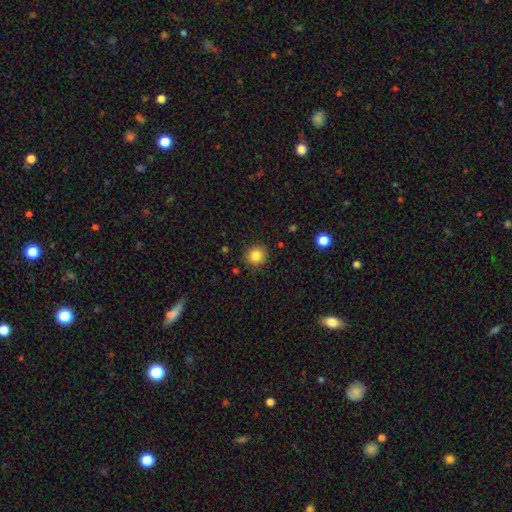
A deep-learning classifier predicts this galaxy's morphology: smooth_or_featured: smooth (p=0.84) [alt: star or artifact p=0.10]
how_rounded: round (p=0.91) [alt: in between p=0.08]
merging: none (p=0.89) [alt: minor disturbance p=0.08]